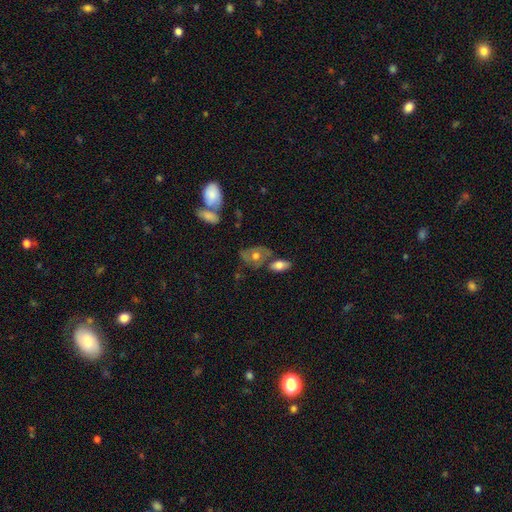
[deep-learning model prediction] Smooth or featured?
  - smooth: 50% *
  - featured or disk: 41%
  - star or artifact: 9%
How rounded?
  - in between: 72% *
  - round: 25%
  - cigar-shaped: 3%
Merging?
  - none: 45% *
  - merger: 23%
  - minor disturbance: 20%
  - major disturbance: 12%